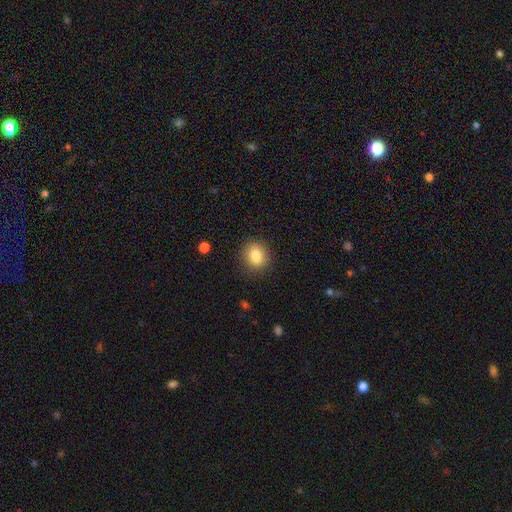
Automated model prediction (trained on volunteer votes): The model was most divided on "how rounded": round: 76%, in between: 23%, cigar-shaped: 1%. More confident: merging — none (88%); smooth or featured — smooth (83%).